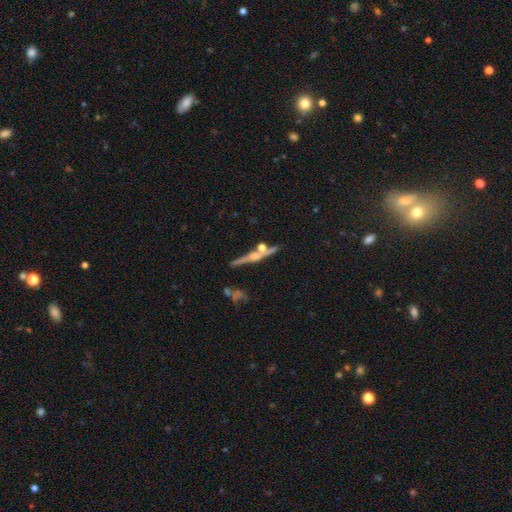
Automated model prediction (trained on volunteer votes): The model was most divided on "smooth or featured": featured or disk: 69%, smooth: 22%, star or artifact: 9%. More confident: edge-on disk — yes (95%); edge-on bulge — rounded (76%); merging — none (74%).